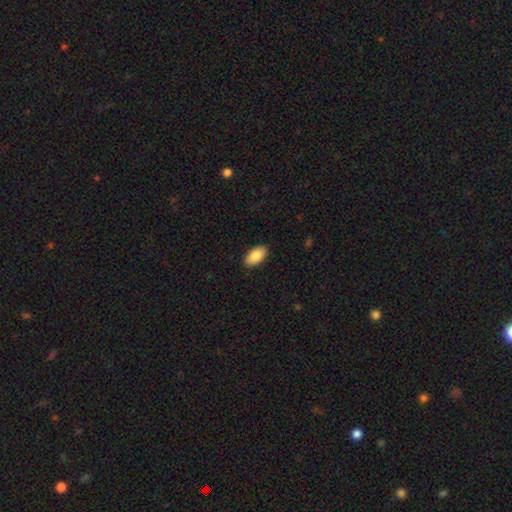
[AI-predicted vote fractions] smooth_or_featured: smooth (p=0.87) [alt: featured or disk p=0.07]
how_rounded: in between (p=0.95) [alt: round p=0.03]
merging: none (p=0.90) [alt: minor disturbance p=0.08]